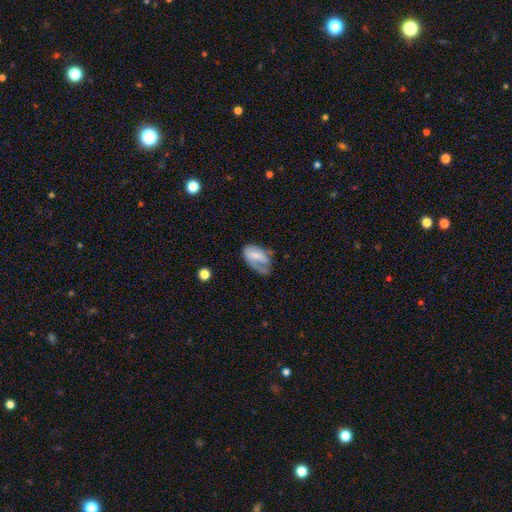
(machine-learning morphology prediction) smooth-or-featured: smooth: 55% | featured or disk: 38% | star or artifact: 7%
  how-rounded: in between: 91% | round: 7% | cigar-shaped: 2%
  merging: minor disturbance: 36% | none: 32% | major disturbance: 29% | merger: 3%